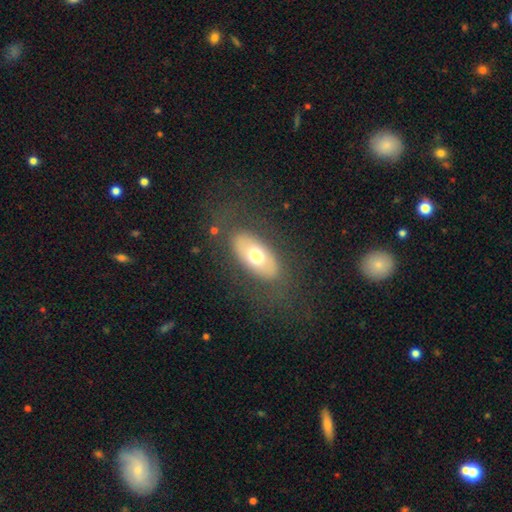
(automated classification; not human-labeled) Overall: smooth (59%; featured or disk 33%). How rounded: in between (90%). Merging: none (78%).